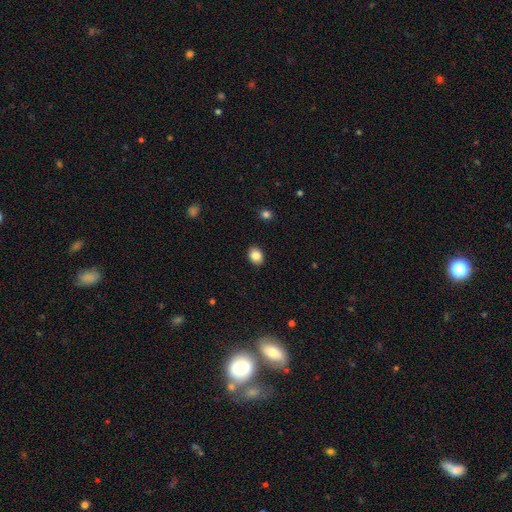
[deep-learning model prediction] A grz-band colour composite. It shows a smooth galaxy with no disk features (85%) that is in between round and cigar-shaped (61%). Merging: none (90%).